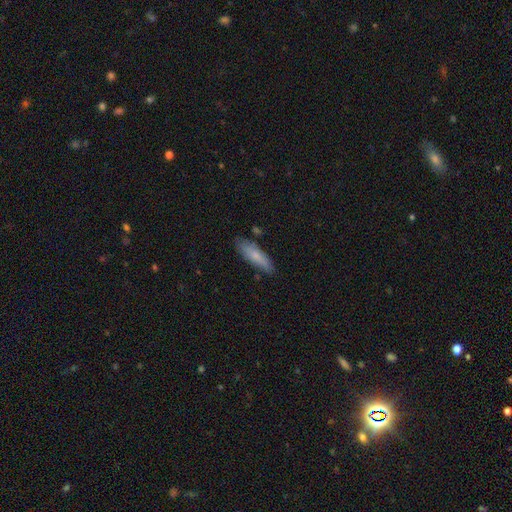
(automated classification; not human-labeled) The model was most divided on "how rounded": cigar-shaped: 62%, in between: 36%, round: 2%. More confident: merging — none (78%); smooth or featured — smooth (72%).